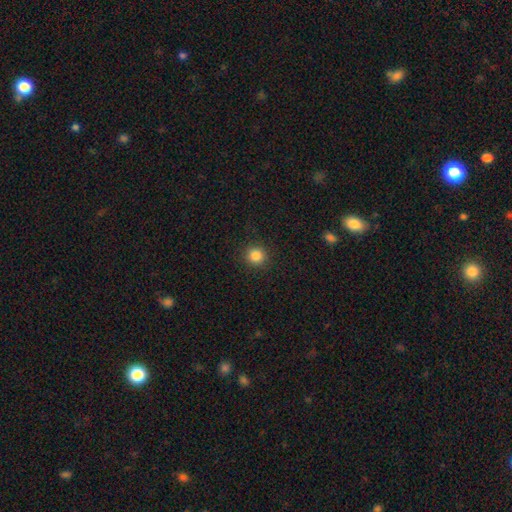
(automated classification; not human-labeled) Smooth or featured?
  - smooth: 85% *
  - star or artifact: 11%
  - featured or disk: 4%
How rounded?
  - round: 93% *
  - in between: 7%
  - cigar-shaped: 1%
Merging?
  - none: 91% *
  - minor disturbance: 6%
  - major disturbance: 2%
  - merger: 1%